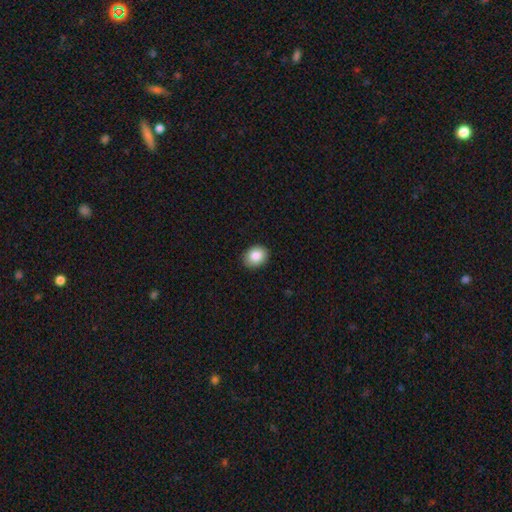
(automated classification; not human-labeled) A smooth galaxy with no disk features (85%) that is in between round and cigar-shaped (51%). Merging: none (90%).